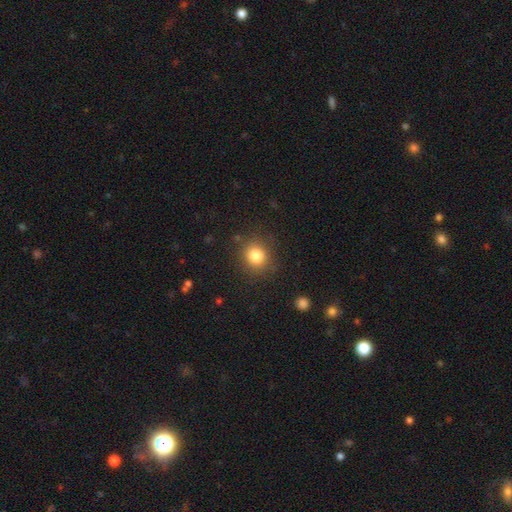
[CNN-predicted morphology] This appears to be a smooth galaxy with no disk features (82%) that is round (81%). Merging: none (85%).